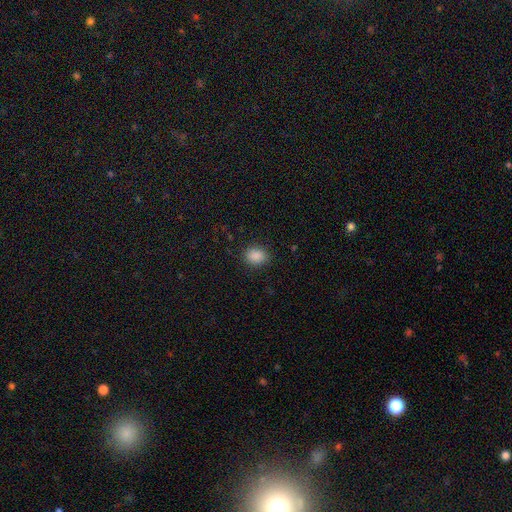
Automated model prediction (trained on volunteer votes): Morphology: type=smooth (88%); roundness=in between (59%); merging=none (87%).